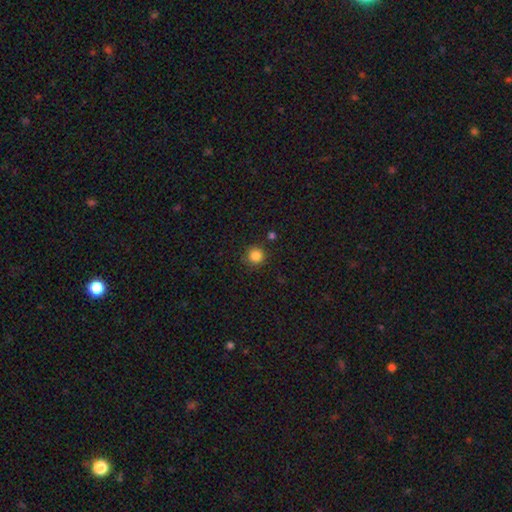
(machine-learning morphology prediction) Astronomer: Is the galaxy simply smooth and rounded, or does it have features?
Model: smooth — 85%.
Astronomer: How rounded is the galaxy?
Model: round — 95%.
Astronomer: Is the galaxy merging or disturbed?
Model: none — 86%.